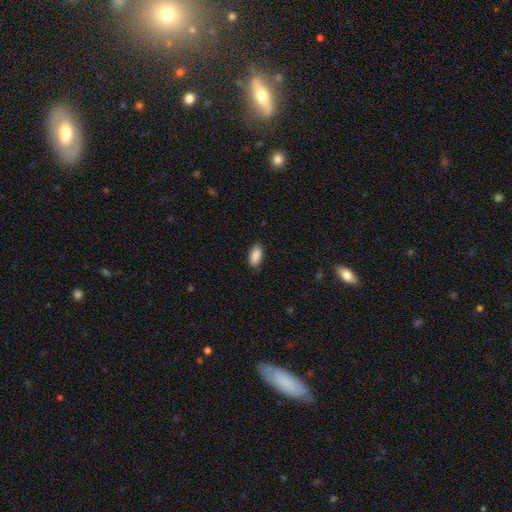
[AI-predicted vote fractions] smooth_or_featured: smooth (p=0.90) [alt: star or artifact p=0.06]
how_rounded: in between (p=0.90) [alt: cigar-shaped p=0.08]
merging: none (p=0.87) [alt: minor disturbance p=0.10]